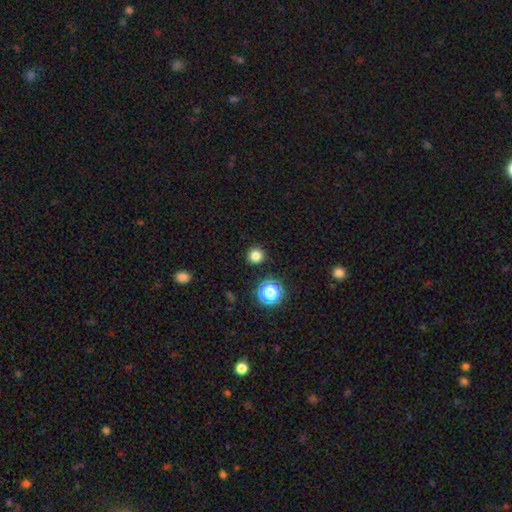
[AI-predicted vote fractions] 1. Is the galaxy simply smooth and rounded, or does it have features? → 80% smooth, 15% star or artifact, 4% featured or disk.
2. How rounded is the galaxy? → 94% round, 5% in between, 1% cigar-shaped.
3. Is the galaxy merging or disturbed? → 91% none, 5% minor disturbance, 2% major disturbance, 2% merger.